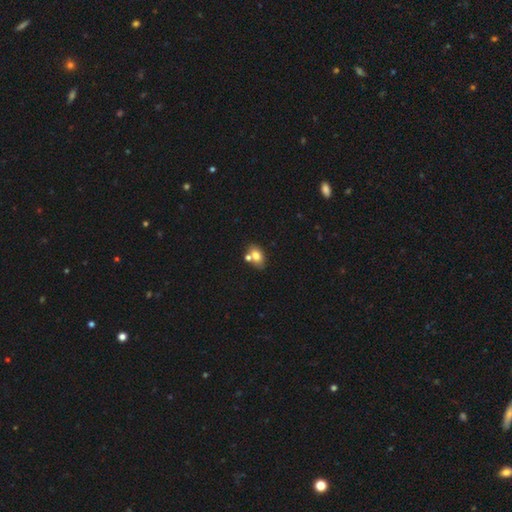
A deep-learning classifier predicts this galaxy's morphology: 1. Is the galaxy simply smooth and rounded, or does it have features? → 75% smooth, 15% featured or disk, 10% star or artifact.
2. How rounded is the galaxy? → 78% in between, 20% round, 2% cigar-shaped.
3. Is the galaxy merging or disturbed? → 56% none, 28% merger, 13% minor disturbance, 4% major disturbance.